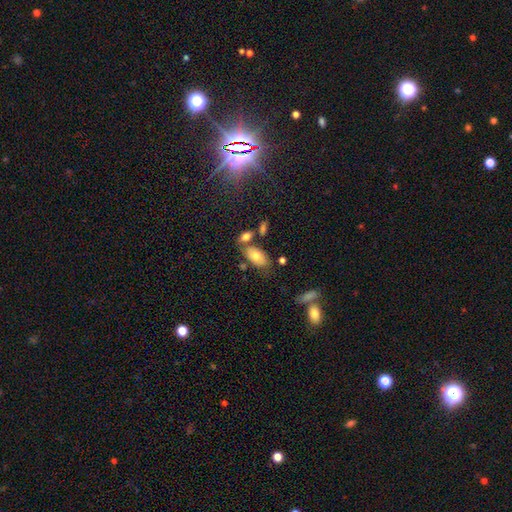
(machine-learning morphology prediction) Smooth or featured? Predicted: smooth (p=0.72). How rounded? Predicted: in between (p=0.93). Merging? Predicted: none (p=0.61).